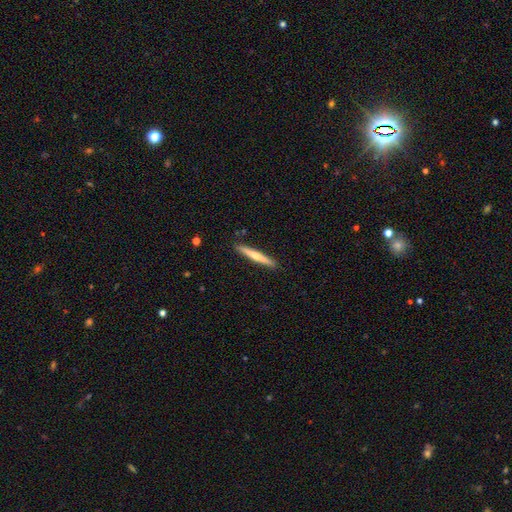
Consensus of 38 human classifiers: smooth_or_featured: smooth (p=0.58) [alt: featured or disk p=0.42]
how_rounded: cigar-shaped (p=0.95) [alt: round p=0.05]
merging: none (p=0.95) [alt: minor disturbance p=0.03]